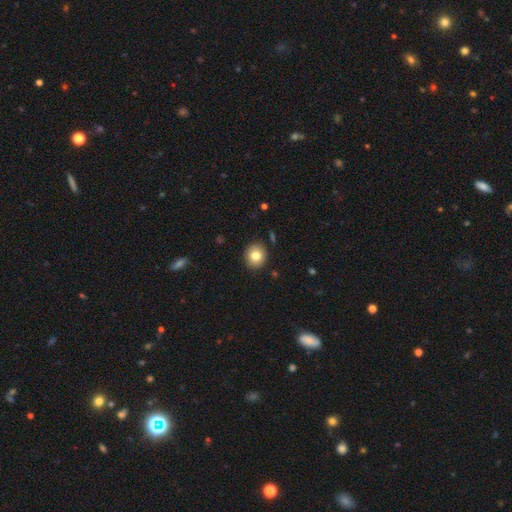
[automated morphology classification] Smooth or featured? smooth (80%)
How rounded? round (82%)
Merging? none (90%)